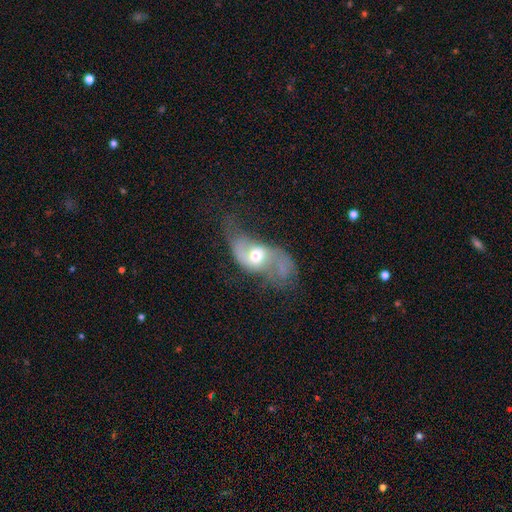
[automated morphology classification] type=featured or disk (67%); edge-on=no (95%); bar=no (63%); spiral arms=yes (77%); bulge=moderate (67%); merging=major disturbance (40%).